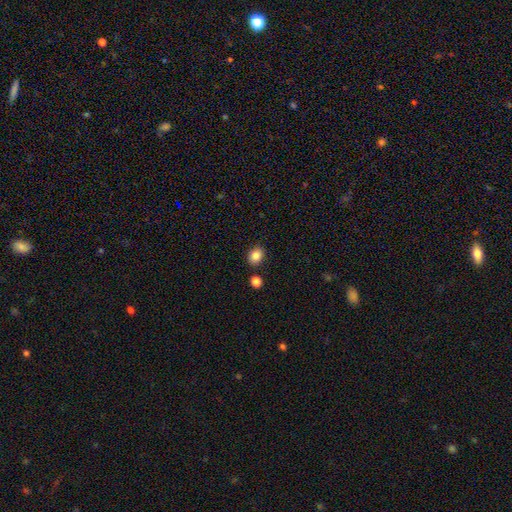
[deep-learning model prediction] Q: Smooth or featured?
A: smooth (86%); runner-up: star or artifact (10%)
Q: How rounded?
A: in between (50%); runner-up: round (49%)
Q: Merging?
A: none (84%); runner-up: minor disturbance (9%)